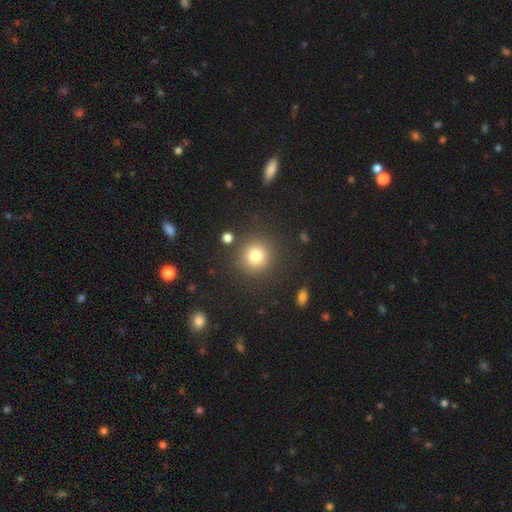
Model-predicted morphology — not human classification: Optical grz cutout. It shows a smooth galaxy with no disk features (79%) that is round (93%). Merging: none (86%).